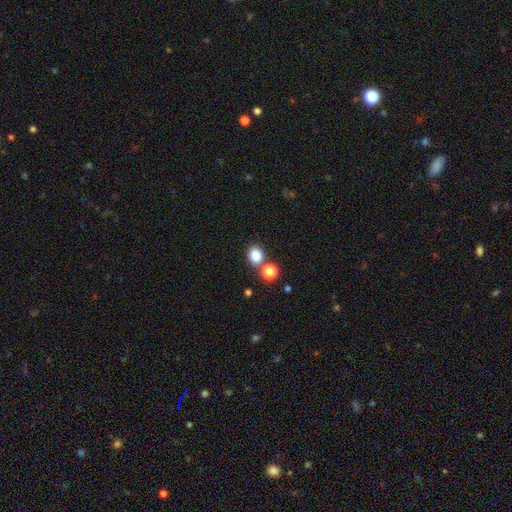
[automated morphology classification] The model was most divided on "how rounded": round: 65%, in between: 35%, cigar-shaped: 1%. More confident: smooth or featured — smooth (83%); merging — none (70%).